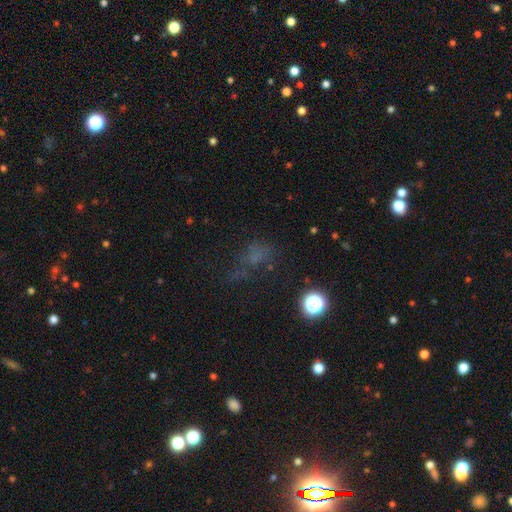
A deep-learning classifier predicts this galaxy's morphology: A smooth galaxy with no disk features (42%).

Vote fractions:
- Smooth or featured? smooth: 42% / star or artifact: 39% / featured or disk: 19%
- Merging? none: 50% / major disturbance: 24% / minor disturbance: 19% / merger: 7%